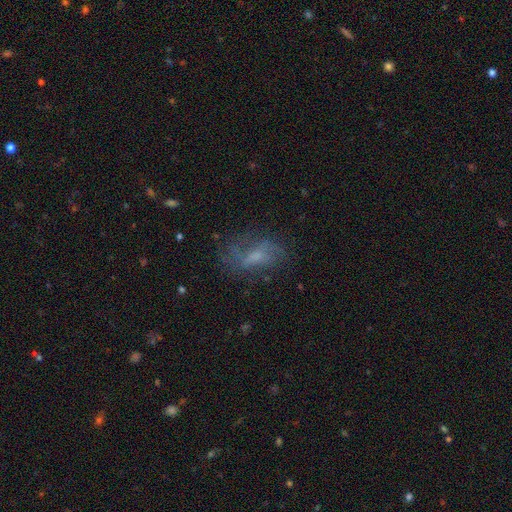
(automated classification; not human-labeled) A featured or disk galaxy (49%).

Vote fractions:
- Smooth or featured? featured or disk: 49% / smooth: 35% / star or artifact: 15%
- Merging? none: 61% / minor disturbance: 21% / major disturbance: 17% / merger: 2%